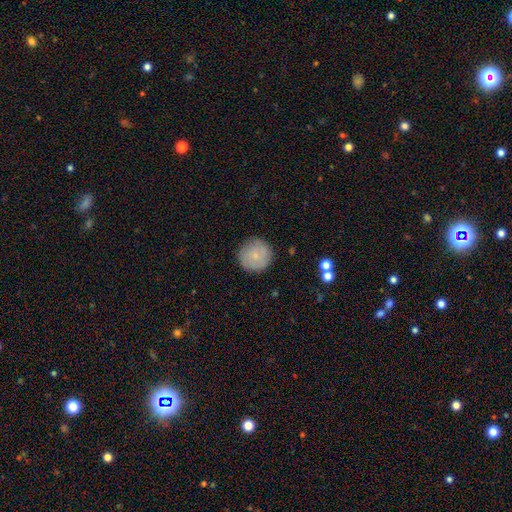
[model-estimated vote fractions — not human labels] Overall: smooth (70%). How rounded: round (95%). Merging: none (87%).